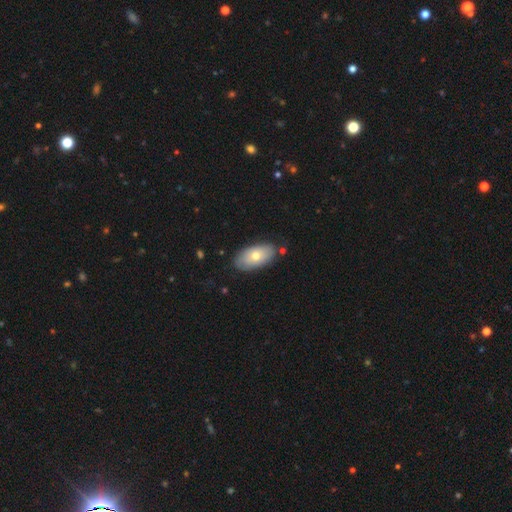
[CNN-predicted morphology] type=smooth (67%); roundness=in between (93%); merging=none (82%).